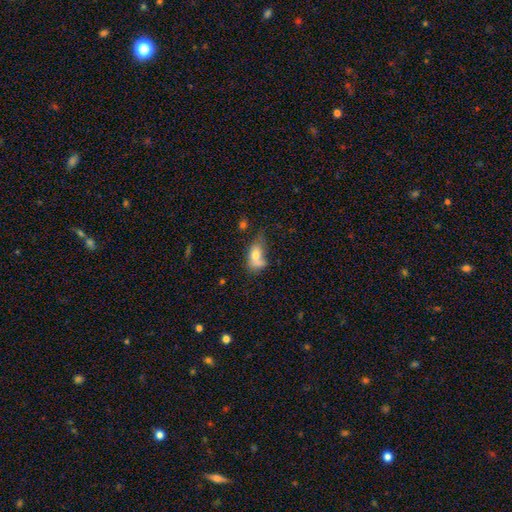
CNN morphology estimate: smooth_or_featured: smooth (p=0.70) [alt: featured or disk p=0.20]
how_rounded: in between (p=0.84) [alt: round p=0.10]
merging: merger (p=0.31) [alt: none p=0.27]